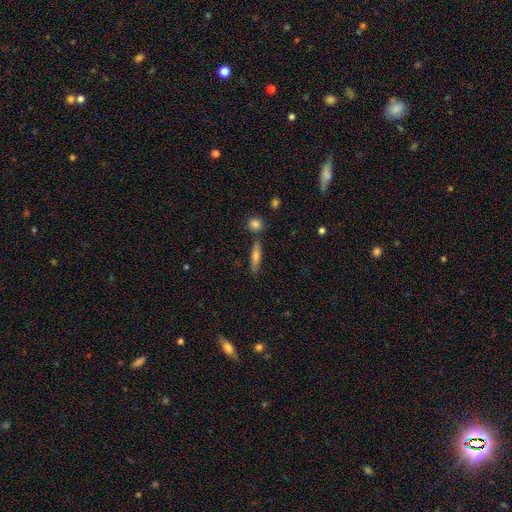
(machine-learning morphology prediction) Q: Smooth or featured?
A: smooth (57%); runner-up: featured or disk (34%)
Q: How rounded?
A: cigar-shaped (76%); runner-up: in between (21%)
Q: Merging?
A: none (78%); runner-up: minor disturbance (11%)